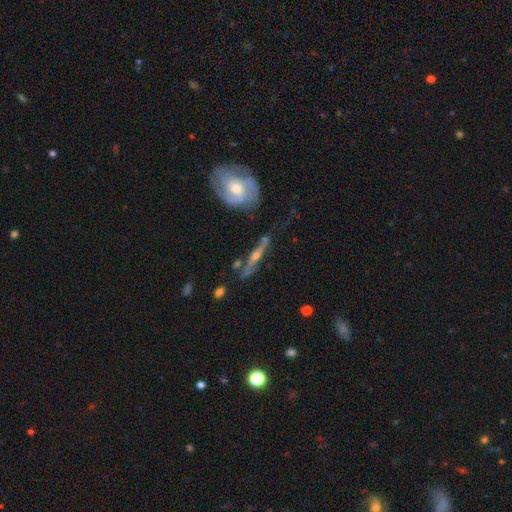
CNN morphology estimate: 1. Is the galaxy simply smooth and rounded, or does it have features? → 74% featured or disk, 18% smooth, 8% star or artifact.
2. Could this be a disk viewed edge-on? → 81% yes, 19% no.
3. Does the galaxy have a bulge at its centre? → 84% rounded, 10% none, 6% boxy.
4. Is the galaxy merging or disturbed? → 67% none, 18% minor disturbance, 8% major disturbance, 7% merger.